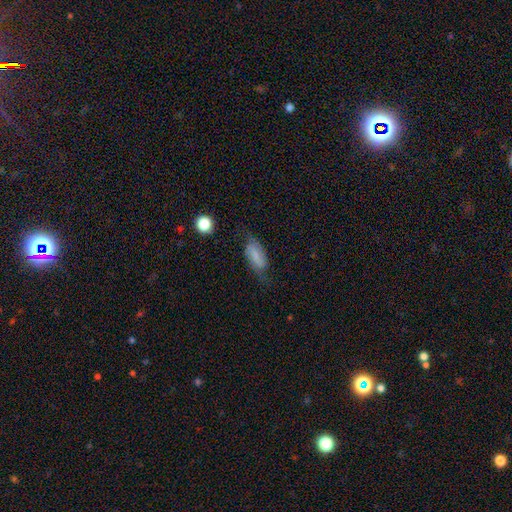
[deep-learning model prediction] A smooth galaxy with no disk features (49%). Merging: none (59%).